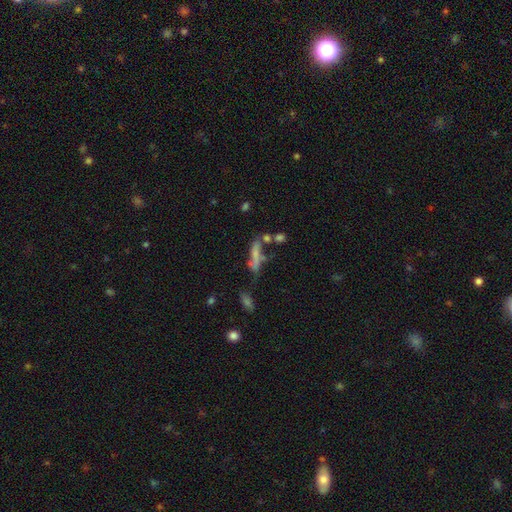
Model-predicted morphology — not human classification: Smooth or featured? Predicted: smooth (p=0.55). How rounded? Predicted: cigar-shaped (p=0.63). Merging? Predicted: none (p=0.35).